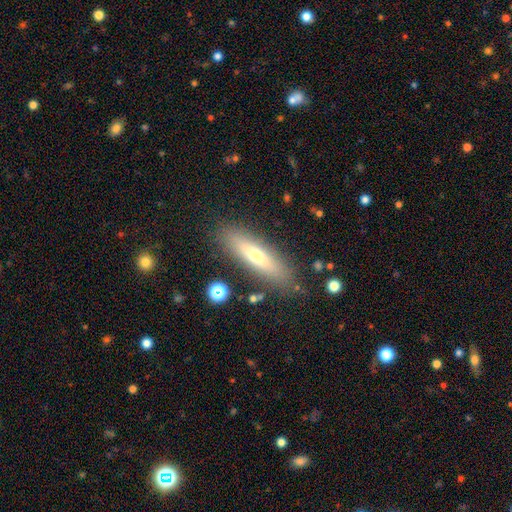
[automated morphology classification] Smooth or featured? smooth (58%)
How rounded? cigar-shaped (70%)
Merging? none (85%)